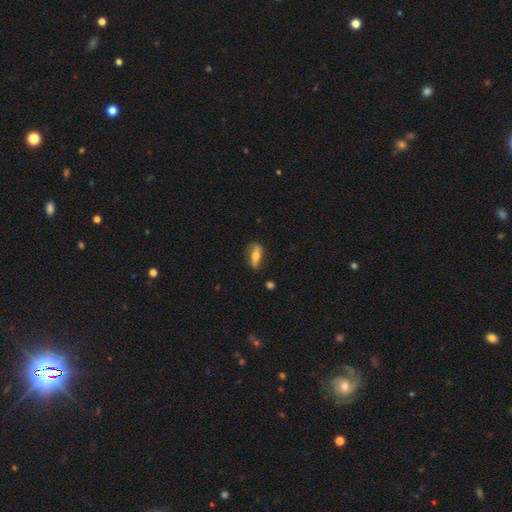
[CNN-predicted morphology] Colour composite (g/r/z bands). It shows a smooth galaxy with no disk features (57%) that is in between round and cigar-shaped (62%). Merging: none (72%).